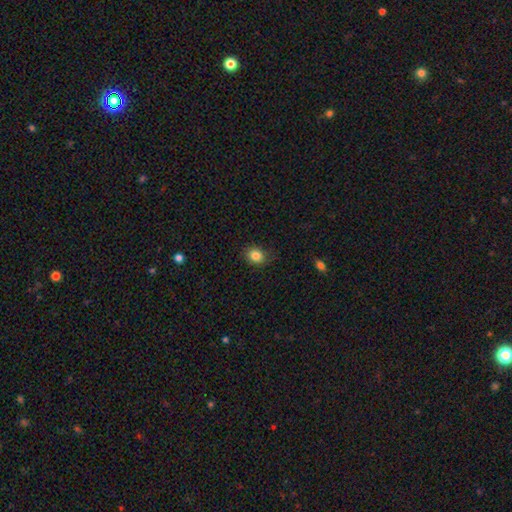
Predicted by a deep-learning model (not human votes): Q: Smooth or featured?
A: smooth (84%); runner-up: star or artifact (11%)
Q: How rounded?
A: round (61%); runner-up: in between (38%)
Q: Merging?
A: none (83%); runner-up: minor disturbance (13%)